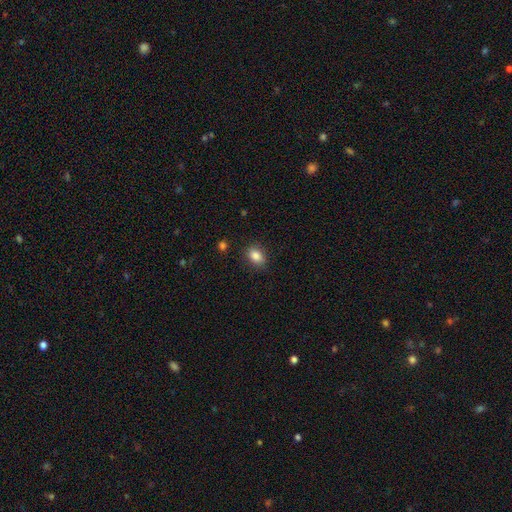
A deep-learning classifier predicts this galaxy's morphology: Smooth or featured? smooth (86%)
How rounded? in between (76%)
Merging? none (85%)